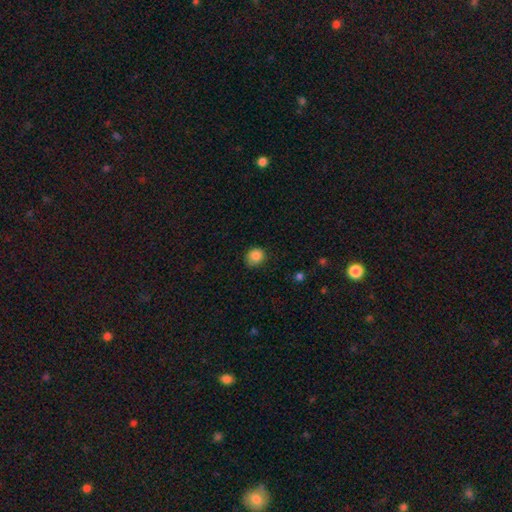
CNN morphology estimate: Smooth or featured? Predicted: smooth (p=0.86). How rounded? Predicted: round (p=0.75). Merging? Predicted: none (p=0.79).